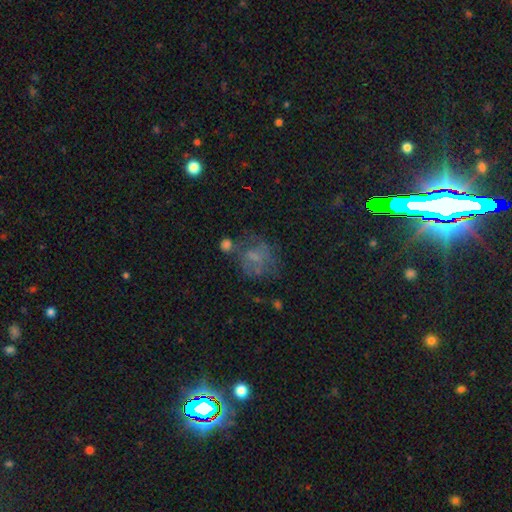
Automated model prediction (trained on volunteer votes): smooth_or_featured: smooth (p=0.40) [alt: featured or disk p=0.38]
merging: none (p=0.45) [alt: major disturbance p=0.25]